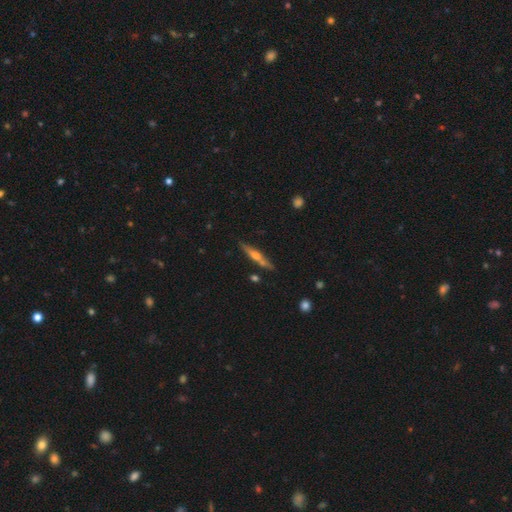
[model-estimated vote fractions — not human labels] smooth-or-featured: featured or disk: 63% | smooth: 31% | star or artifact: 6%
  disk-edge-on: yes: 95% | no: 5%
    edge-on-bulge: rounded: 87% | none: 8% | boxy: 5%
  merging: none: 80% | minor disturbance: 11% | merger: 6% | major disturbance: 2%